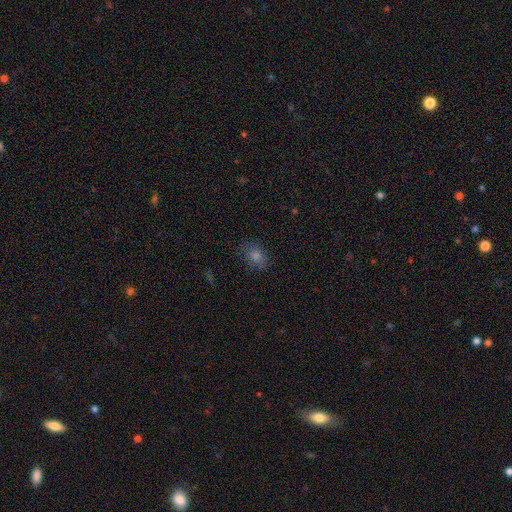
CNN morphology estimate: Smooth or featured: smooth — 63% (star or artifact — 21%)
How rounded: in between — 62% (round — 36%)
Merging: none — 76% (minor disturbance — 17%)